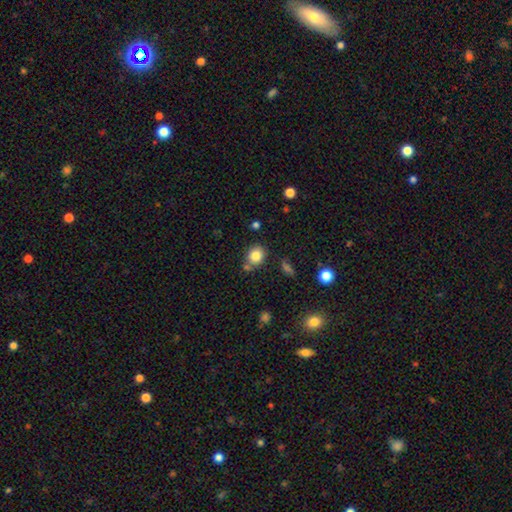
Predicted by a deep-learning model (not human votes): Smooth or featured? Predicted: smooth (p=0.83). How rounded? Predicted: round (p=0.74). Merging? Predicted: none (p=0.73).